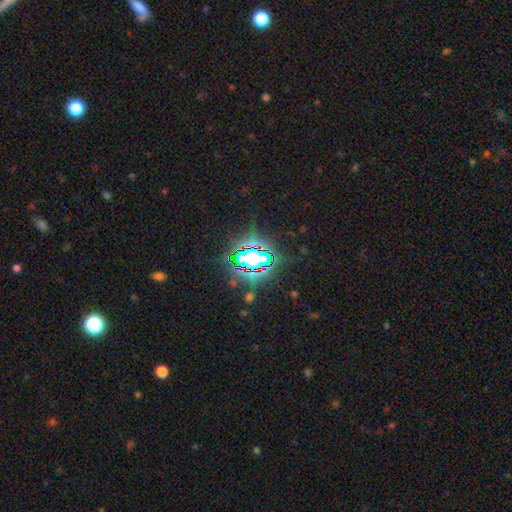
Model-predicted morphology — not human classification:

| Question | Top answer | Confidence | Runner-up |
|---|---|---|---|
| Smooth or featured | star or artifact | 73% | smooth (16%) |